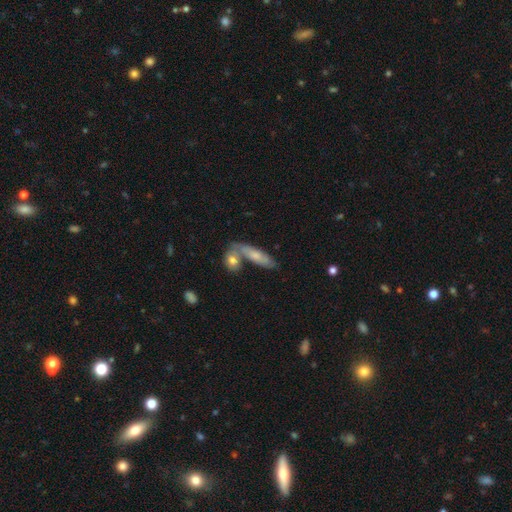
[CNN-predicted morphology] A smooth galaxy with no disk features (63%) that is in between round and cigar-shaped (52%). Merging: none (41%).